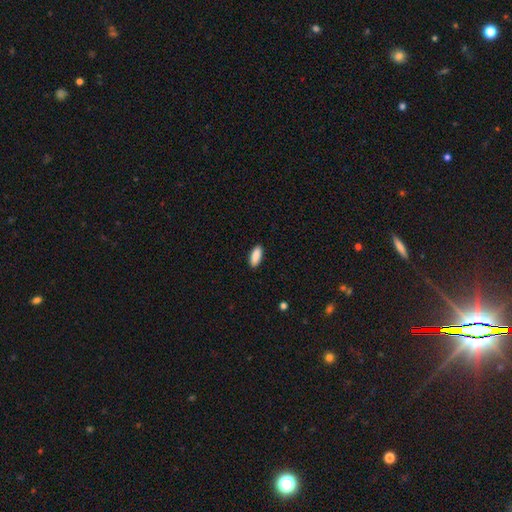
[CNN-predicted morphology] Smooth or featured? smooth (91%)
How rounded? in between (81%)
Merging? none (90%)